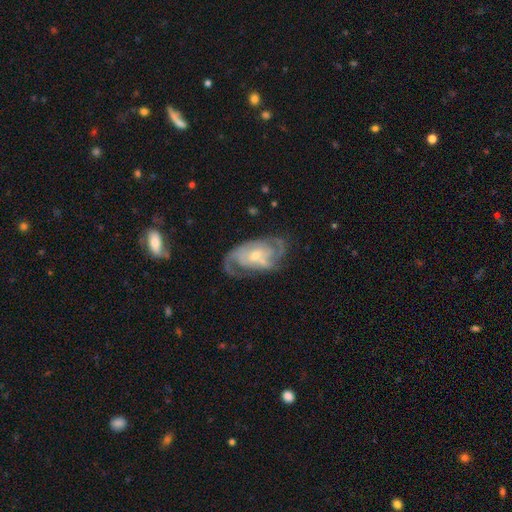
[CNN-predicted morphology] Smooth or featured? featured or disk (86%)
Edge-on disk? no (96%)
Bar? no (53%)
Spiral arms? yes (95%)
Spiral winding? tight (45%)
Spiral arm count? 2 (43%)
Bulge size? small (57%)
Merging? none (65%)